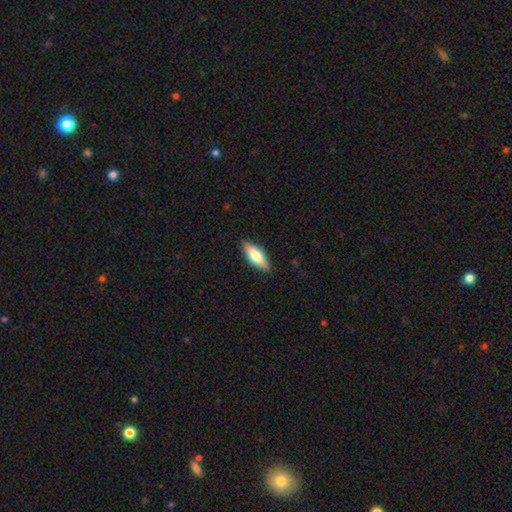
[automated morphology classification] A smooth galaxy with no disk features (71%) that is in between round and cigar-shaped (70%). Merging: none (87%).